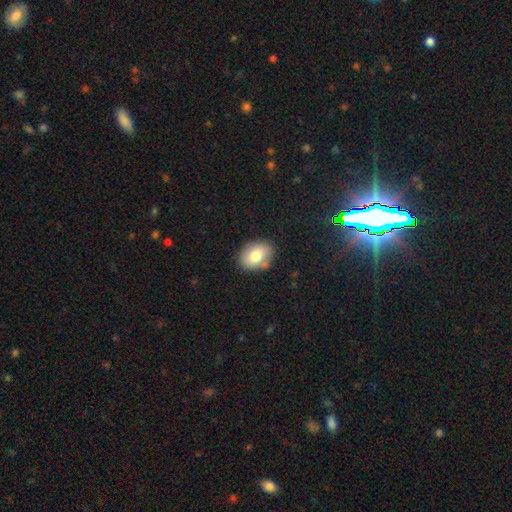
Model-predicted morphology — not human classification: This is likely a smooth galaxy (76%). How rounded: likely in between (72%). Merging: likely none (79%).